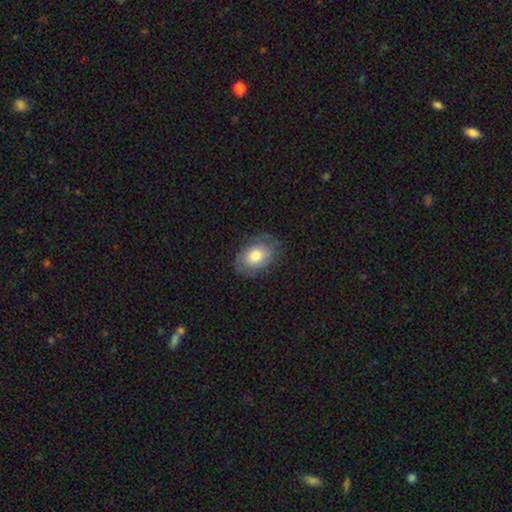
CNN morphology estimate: This appears to be a smooth galaxy with no disk features (68%) that is in between round and cigar-shaped (81%). Merging: none (75%).